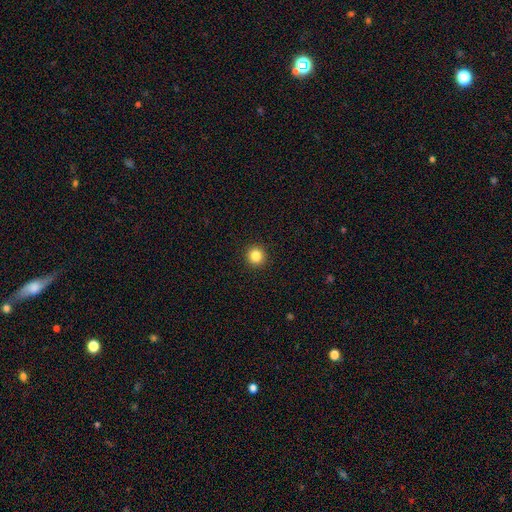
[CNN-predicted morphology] The model was most divided on "smooth or featured": smooth: 85%, star or artifact: 11%, featured or disk: 4%. More confident: how rounded — round (94%); merging — none (93%).